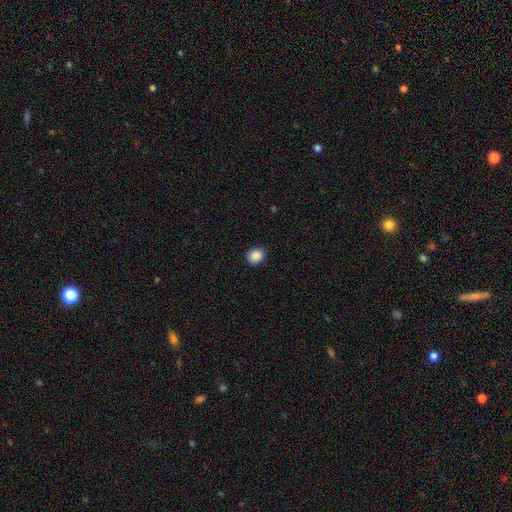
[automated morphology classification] A smooth galaxy with no disk features (88%) that is round (66%). Merging: none (88%).